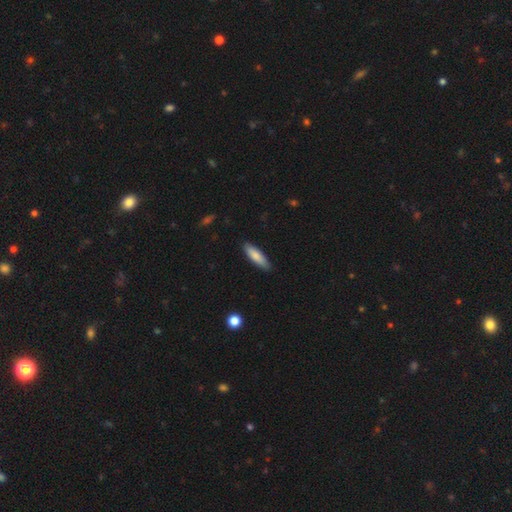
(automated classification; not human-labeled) Overall: smooth (82%). How rounded: cigar-shaped (59%; in between 40%). Merging: none (87%).